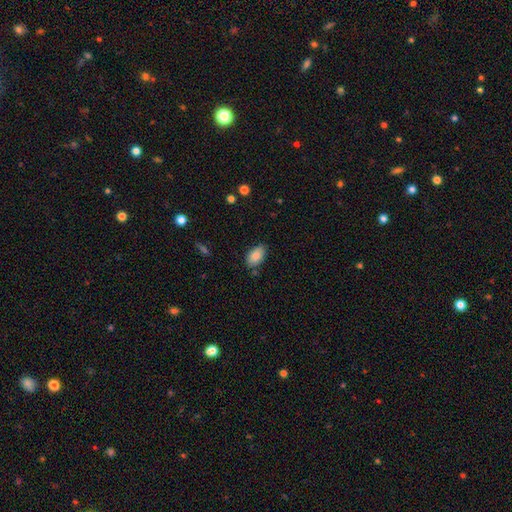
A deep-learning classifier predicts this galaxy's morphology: smooth 86%, star or artifact 7%, featured or disk 6%. Down the decision tree: how rounded — in between (93%); merging — none (78%).